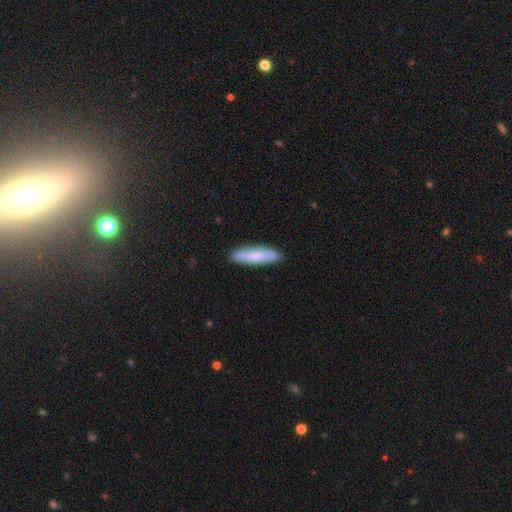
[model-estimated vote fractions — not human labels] Morphology: type=smooth (77%); roundness=cigar-shaped (78%); merging=none (88%).